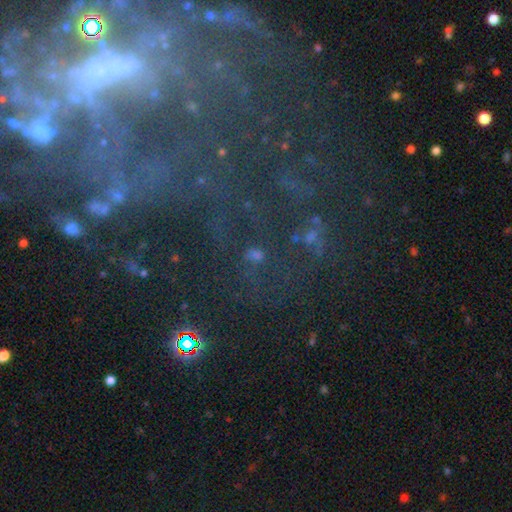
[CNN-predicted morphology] smooth_or_featured: star or artifact (p=0.49) [alt: smooth p=0.33]